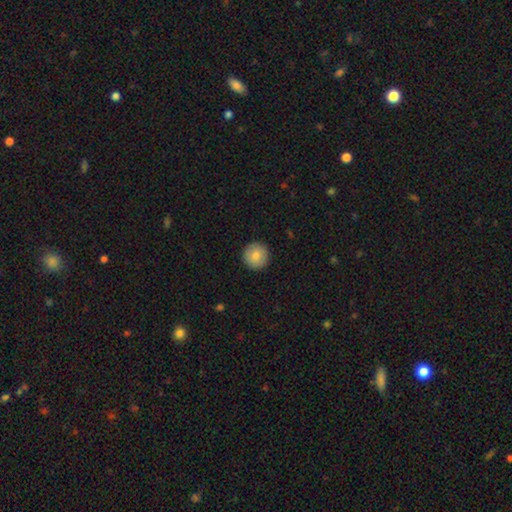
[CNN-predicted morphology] A smooth galaxy with no disk features (82%) that is round (96%). Merging: none (92%).